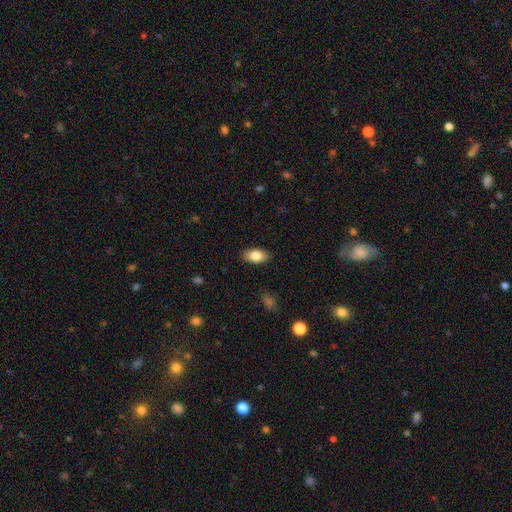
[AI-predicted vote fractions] Smooth or featured: smooth — 83% (featured or disk — 10%)
How rounded: in between — 92% (round — 5%)
Merging: none — 88% (minor disturbance — 9%)